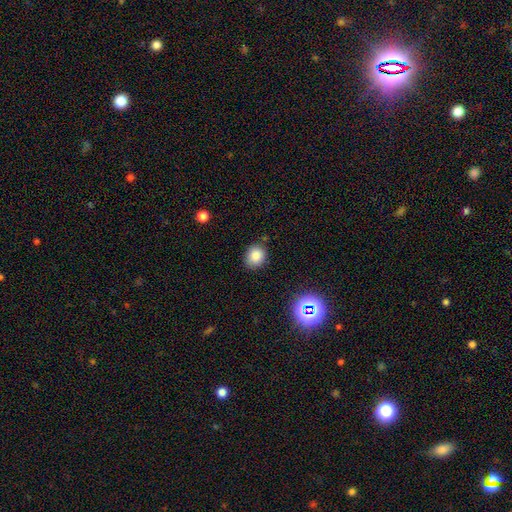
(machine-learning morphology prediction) type=smooth (83%); roundness=round (64%); merging=none (80%).